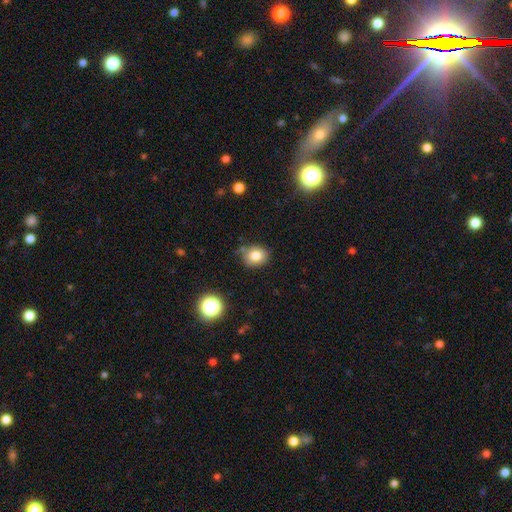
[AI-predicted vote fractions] Smooth or featured? smooth (80%)
How rounded? round (63%)
Merging? none (76%)